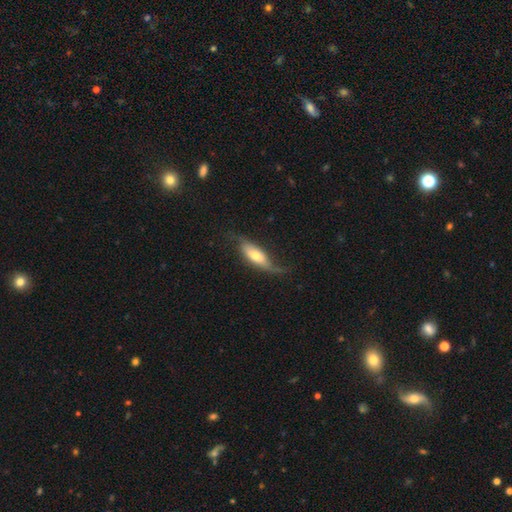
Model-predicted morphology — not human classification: The model was most divided on "smooth or featured": featured or disk: 50%, smooth: 44%, star or artifact: 6%. Remaining: edge-on disk — no (65%); merging — none (46%).